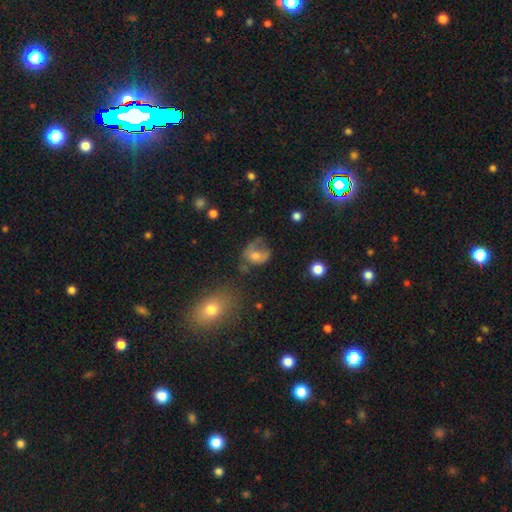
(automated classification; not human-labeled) Morphology: type=smooth (49%); merging=major disturbance (35%).